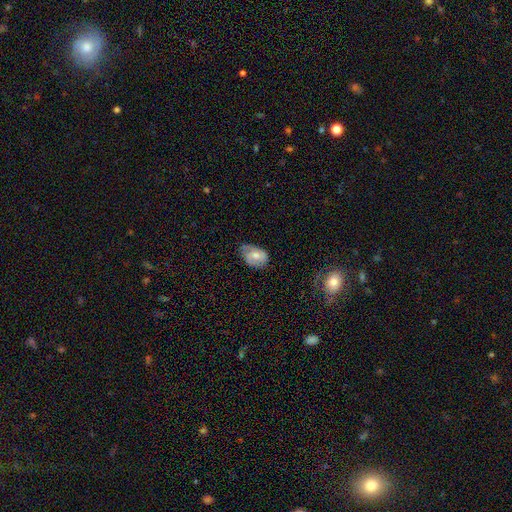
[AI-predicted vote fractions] This appears to be a smooth galaxy with no disk features (60%) that is in between round and cigar-shaped (80%). Merging: none (49%).